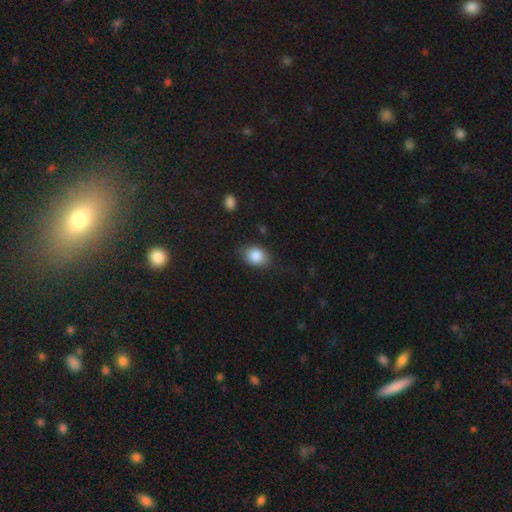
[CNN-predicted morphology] smooth-or-featured: smooth: 86% | star or artifact: 8% | featured or disk: 6%
  how-rounded: in between: 65% | round: 34% | cigar-shaped: 1%
  merging: none: 78% | minor disturbance: 16% | major disturbance: 4% | merger: 2%